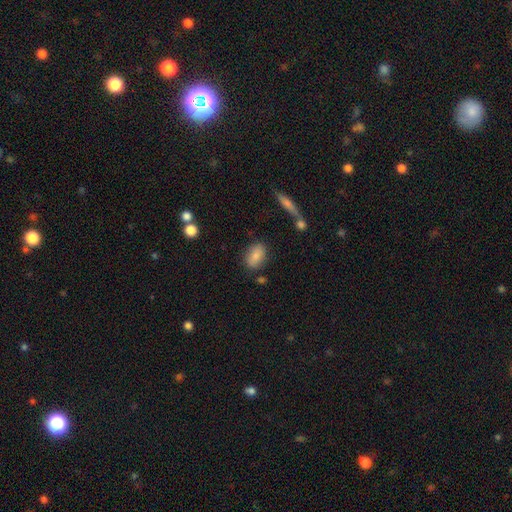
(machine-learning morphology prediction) A smooth galaxy with no disk features (82%) that is in between round and cigar-shaped (85%).

Vote fractions:
- Smooth or featured? smooth: 82% / featured or disk: 10% / star or artifact: 7%
- How rounded? in between: 85% / round: 11% / cigar-shaped: 3%
- Merging? none: 79% / minor disturbance: 13% / merger: 4% / major disturbance: 4%